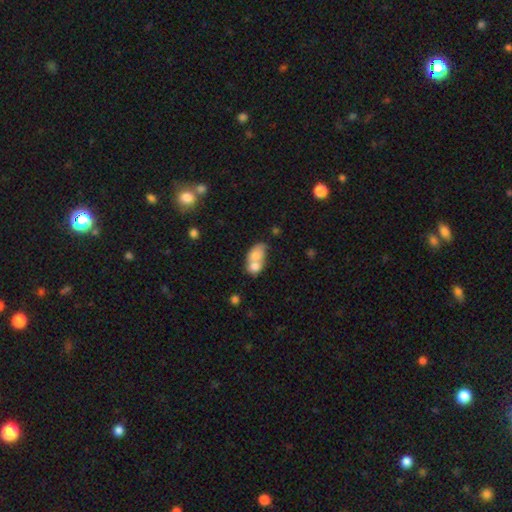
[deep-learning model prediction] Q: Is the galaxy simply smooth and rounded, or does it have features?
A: smooth — 72%.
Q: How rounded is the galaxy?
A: in between — 77%.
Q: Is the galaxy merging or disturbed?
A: merger — 73%.